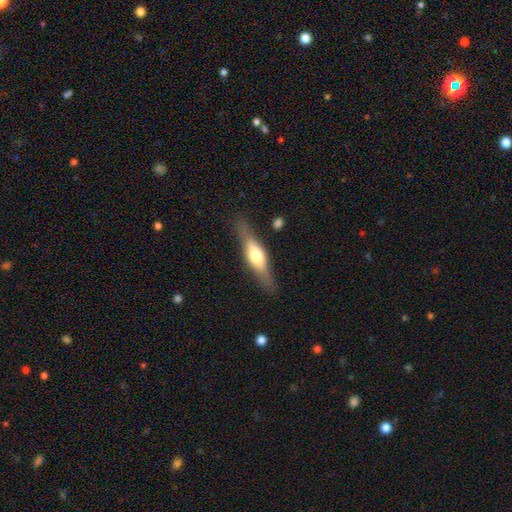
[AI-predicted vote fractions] Overall: featured or disk (55%; smooth 39%). Edge-on disk: yes (90%). Merging: none (82%).